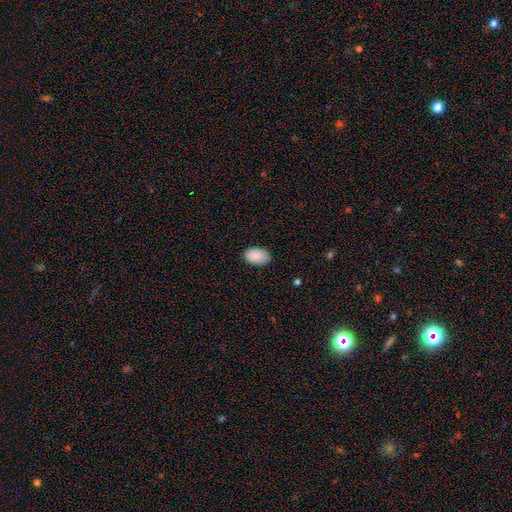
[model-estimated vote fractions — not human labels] Q: Smooth or featured?
A: smooth (90%); runner-up: star or artifact (6%)
Q: How rounded?
A: in between (93%); runner-up: round (6%)
Q: Merging?
A: none (86%); runner-up: minor disturbance (11%)